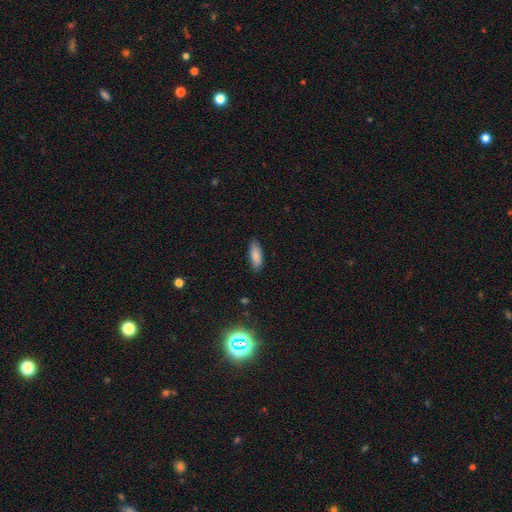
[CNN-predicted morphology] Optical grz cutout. It shows a smooth galaxy with no disk features (86%) that is in between round and cigar-shaped (71%). Merging: none (84%).